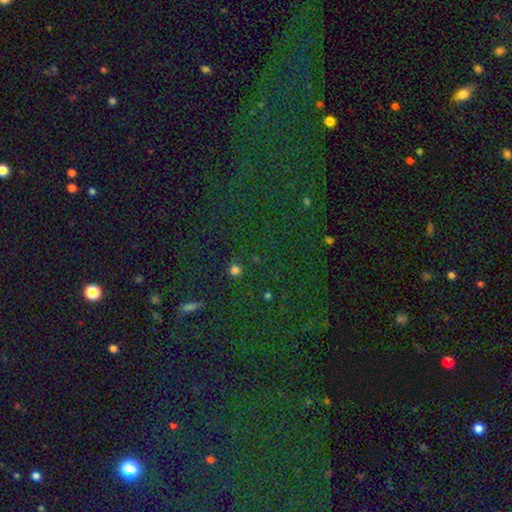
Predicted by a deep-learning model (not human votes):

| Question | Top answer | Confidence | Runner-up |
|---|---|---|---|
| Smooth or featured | star or artifact | 79% | smooth (12%) |